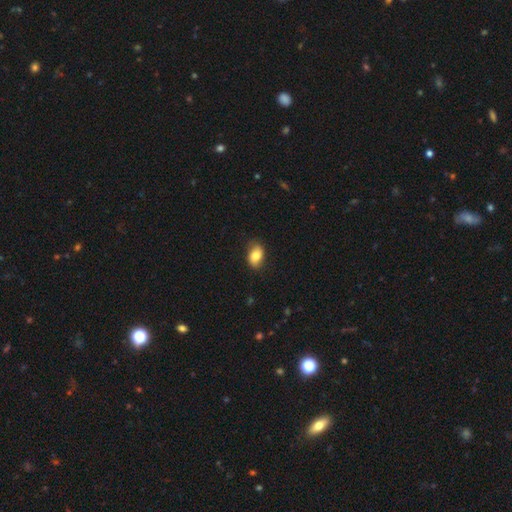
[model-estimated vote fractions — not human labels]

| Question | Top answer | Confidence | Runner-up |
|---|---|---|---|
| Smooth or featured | smooth | 81% | featured or disk (11%) |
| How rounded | in between | 84% | round (14%) |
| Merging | none | 80% | minor disturbance (16%) |